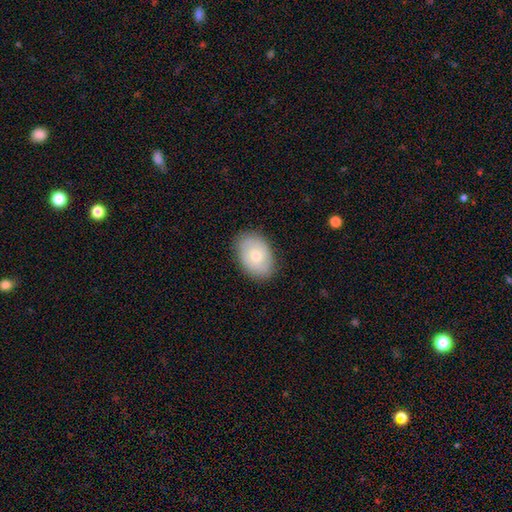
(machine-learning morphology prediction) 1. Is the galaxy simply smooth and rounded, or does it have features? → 65% smooth, 29% featured or disk, 7% star or artifact.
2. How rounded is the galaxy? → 81% in between, 18% round, 1% cigar-shaped.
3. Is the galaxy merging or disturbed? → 84% none, 12% minor disturbance, 3% major disturbance, 1% merger.